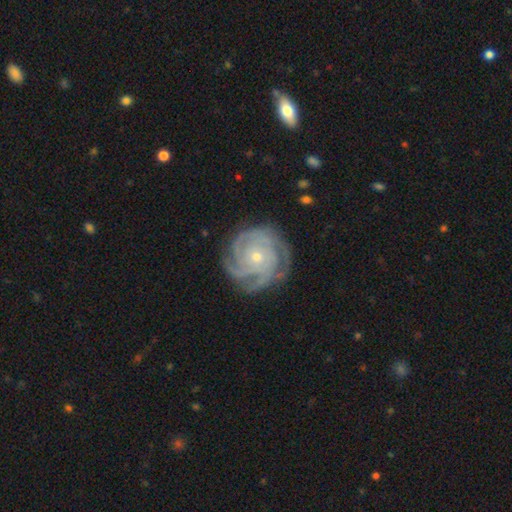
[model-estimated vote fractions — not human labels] A featured or disk galaxy (89%) with no bar (80%), 4 (36%) tight (79%) spiral arms (98%) and a small central bulge (70%).

Vote fractions:
- Smooth or featured? featured or disk: 89% / smooth: 6% / star or artifact: 5%
- Edge-on disk? no: 98% / yes: 2%
- Bar? no: 80% / weak: 16% / strong: 5%
- Spiral arms? yes: 98% / no: 2%
- Spiral winding? tight: 79% / medium: 19% / loose: 3%
- Spiral arm count? 4: 36% / 3: 28% / can't tell: 14% / more than 4: 9% / 2: 8% / 1: 6%
- Bulge size? small: 70% / moderate: 27% / none: 1% / large: 1% / dominant: 1%
- Merging? none: 80% / minor disturbance: 15% / major disturbance: 4% / merger: 1%